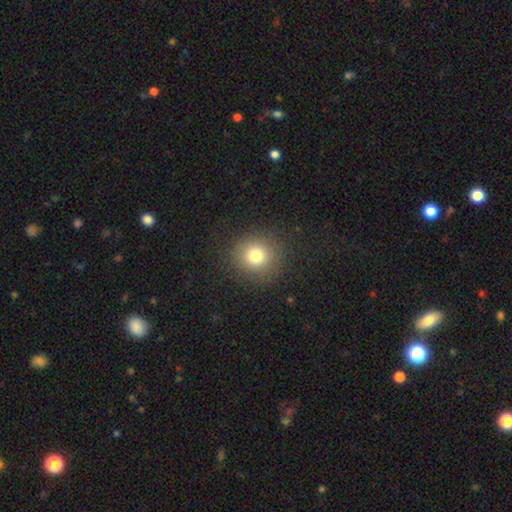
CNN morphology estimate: Overall: smooth (78%). How rounded: round (89%). Merging: none (88%).